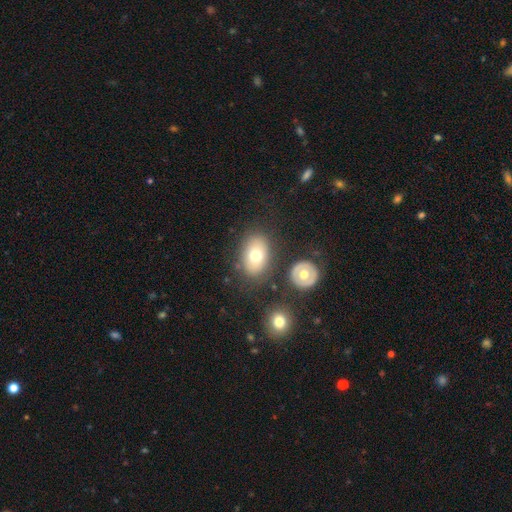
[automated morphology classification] Smooth or featured: smooth — 69% (featured or disk — 22%)
How rounded: in between — 77% (round — 22%)
Merging: none — 75% (minor disturbance — 12%)